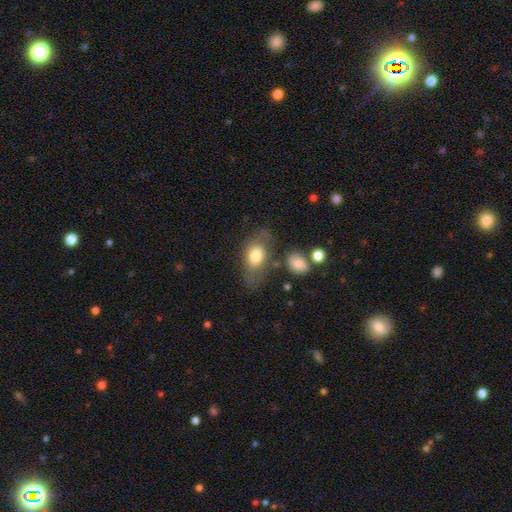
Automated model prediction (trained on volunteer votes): Morphology: type=smooth (73%); roundness=in between (82%); merging=none (55%).